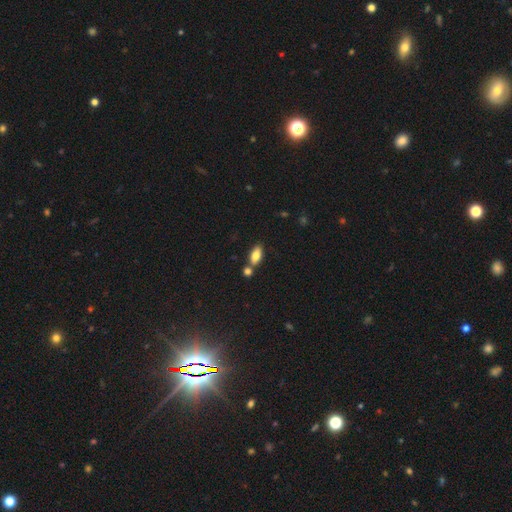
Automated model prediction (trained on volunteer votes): A smooth galaxy with no disk features (80%) that is in between round and cigar-shaped (87%). Merging: none (63%).